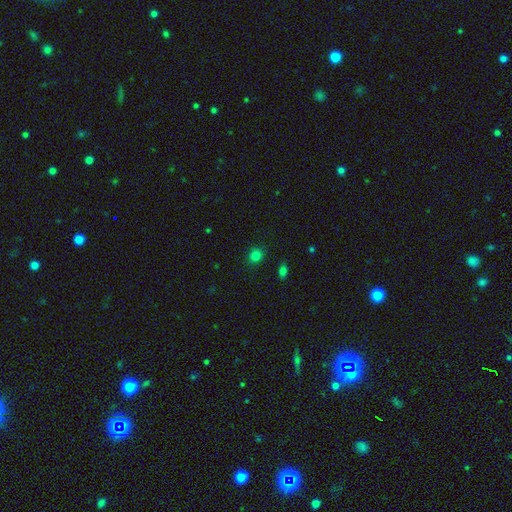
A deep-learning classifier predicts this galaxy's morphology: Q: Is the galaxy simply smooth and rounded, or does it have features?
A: smooth — 80%.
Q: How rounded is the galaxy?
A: round — 74%.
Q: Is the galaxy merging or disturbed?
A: none — 87%.